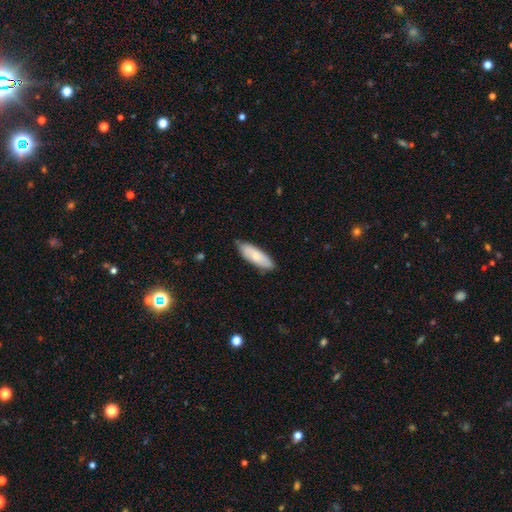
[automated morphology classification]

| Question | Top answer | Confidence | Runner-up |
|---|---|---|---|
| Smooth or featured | smooth | 76% | featured or disk (19%) |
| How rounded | in between | 59% | cigar-shaped (39%) |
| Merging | none | 80% | minor disturbance (17%) |